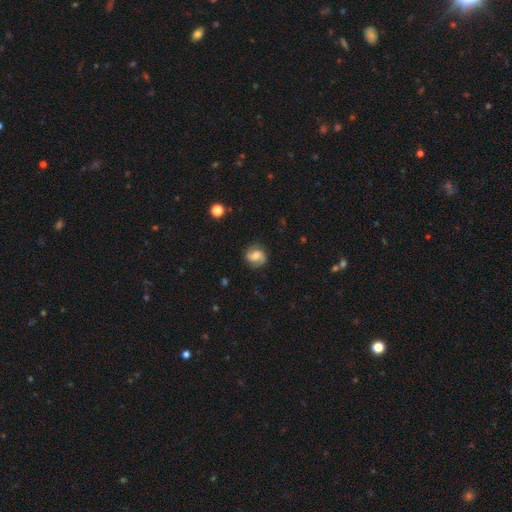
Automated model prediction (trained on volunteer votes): Overall: featured or disk (58%; smooth 34%). Edge-on disk: no (97%). Bar: no (43%, tied with weak). Spiral arms: yes (90%). Spiral arm count: 2 (87%). Spiral winding: medium (45%; loose 28%). Bulge size: moderate (59%; small 25%). Merging: none (81%).